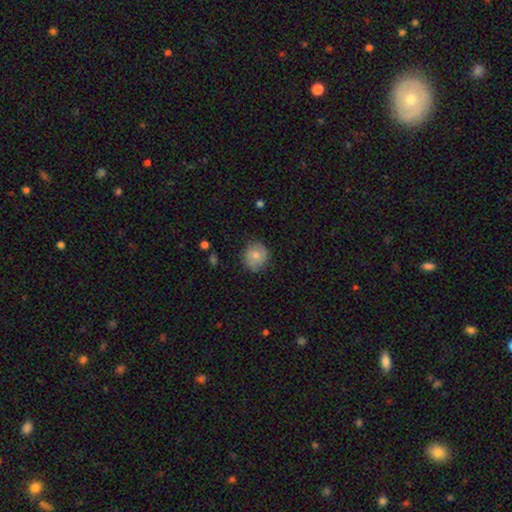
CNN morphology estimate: A smooth galaxy with no disk features (78%) that is round (88%).

Vote fractions:
- Smooth or featured? smooth: 78% / featured or disk: 15% / star or artifact: 7%
- How rounded? round: 88% / in between: 11% / cigar-shaped: 1%
- Merging? none: 82% / minor disturbance: 14% / major disturbance: 3% / merger: 1%